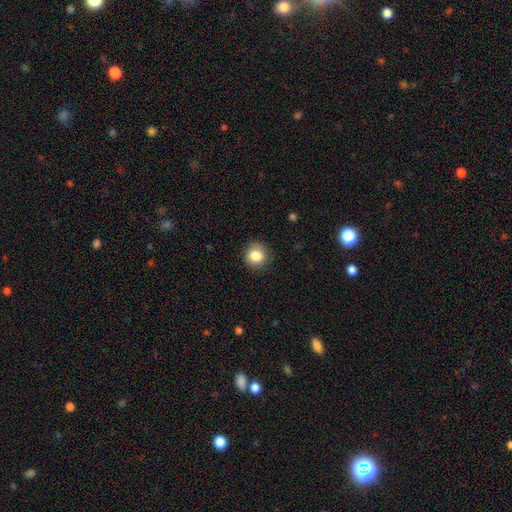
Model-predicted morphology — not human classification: Q: Smooth or featured?
A: smooth (85%); runner-up: star or artifact (9%)
Q: How rounded?
A: round (90%); runner-up: in between (10%)
Q: Merging?
A: none (86%); runner-up: minor disturbance (10%)